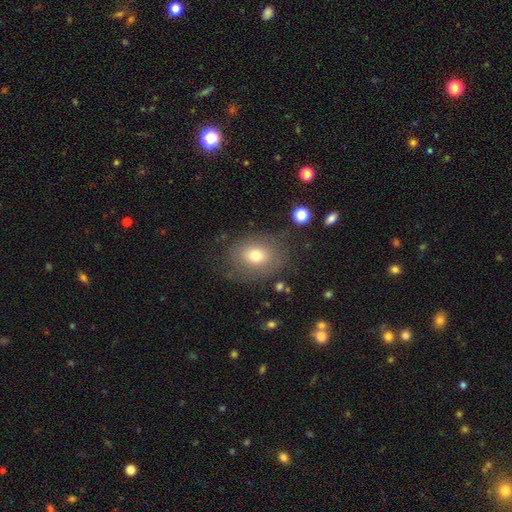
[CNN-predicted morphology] A smooth galaxy with no disk features (67%) that is in between round and cigar-shaped (60%).

Vote fractions:
- Smooth or featured? smooth: 67% / featured or disk: 22% / star or artifact: 11%
- How rounded? in between: 60% / round: 39% / cigar-shaped: 1%
- Merging? none: 69% / minor disturbance: 19% / major disturbance: 10% / merger: 2%